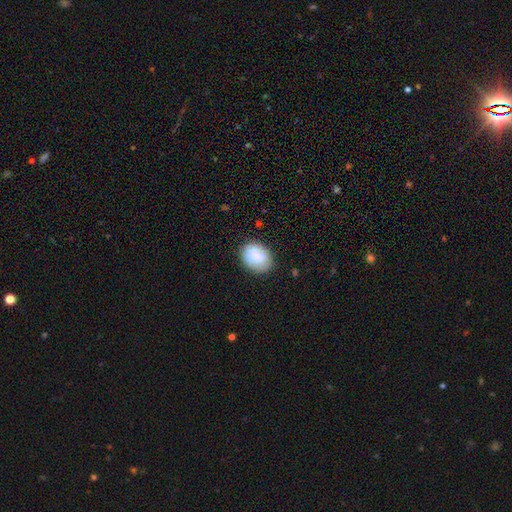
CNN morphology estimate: This is likely a smooth galaxy (75%). How rounded: likely in between (64%). Merging: likely none (77%).